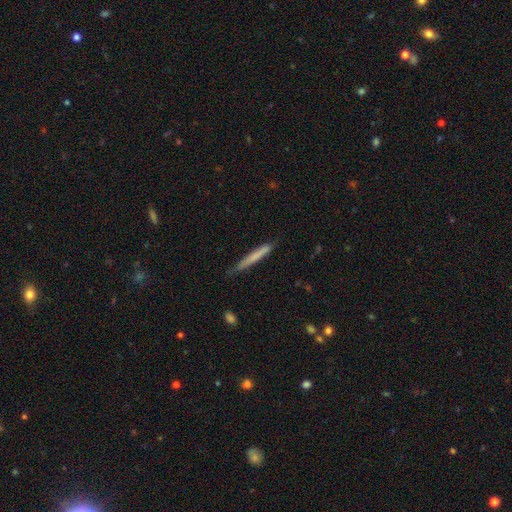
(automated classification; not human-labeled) Morphology: type=smooth (69%); roundness=cigar-shaped (97%); merging=none (76%).